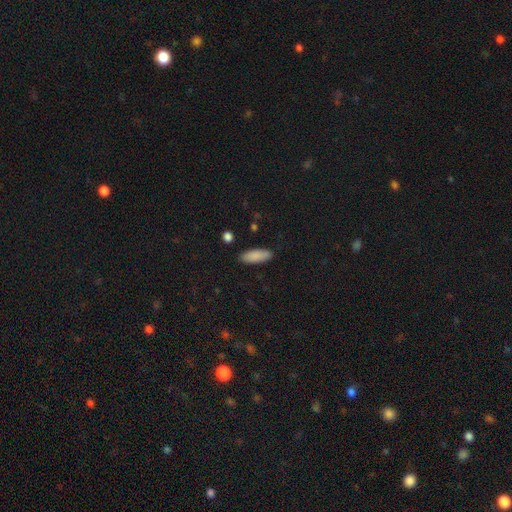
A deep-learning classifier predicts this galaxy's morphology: A smooth galaxy with no disk features (88%) that is in between round and cigar-shaped (67%).

Vote fractions:
- Smooth or featured? smooth: 88% / star or artifact: 6% / featured or disk: 6%
- How rounded? in between: 67% / cigar-shaped: 31% / round: 2%
- Merging? none: 88% / minor disturbance: 9% / major disturbance: 2% / merger: 2%